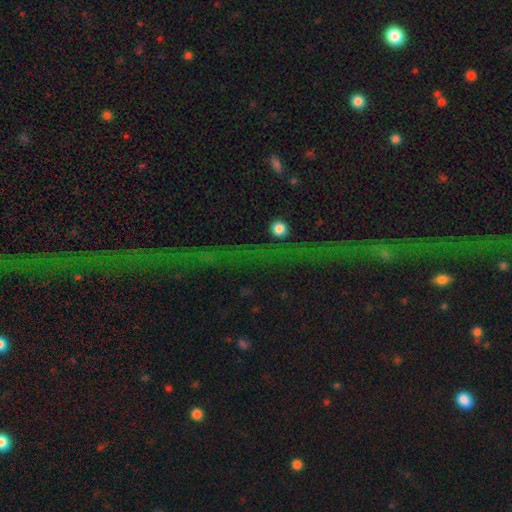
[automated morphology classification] The model was most divided on "smooth or featured": star or artifact: 76%, featured or disk: 14%, smooth: 10%.